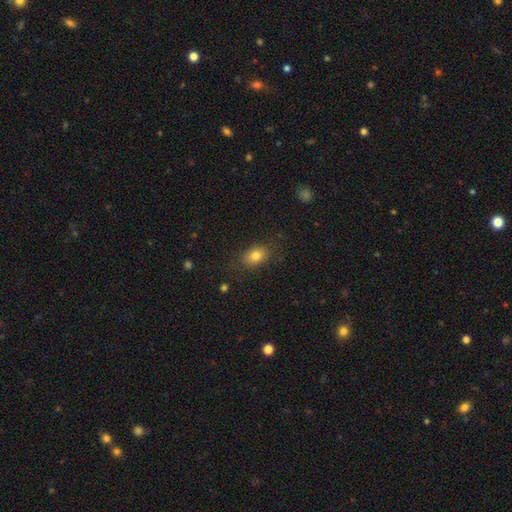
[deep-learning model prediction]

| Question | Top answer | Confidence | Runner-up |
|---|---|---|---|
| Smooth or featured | smooth | 81% | star or artifact (10%) |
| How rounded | in between | 76% | round (23%) |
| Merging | none | 81% | minor disturbance (13%) |